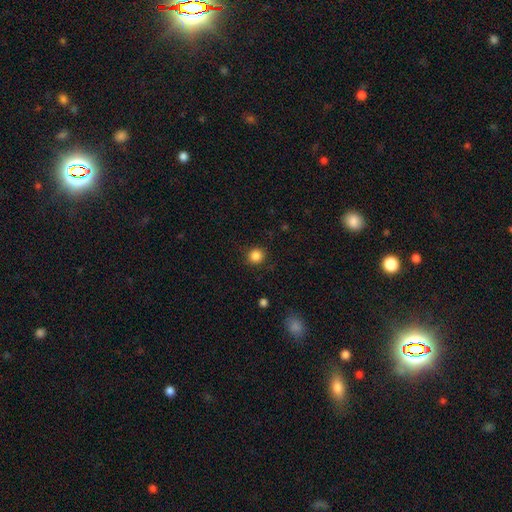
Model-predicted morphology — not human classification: Overall: smooth (86%). How rounded: round (91%). Merging: none (88%).